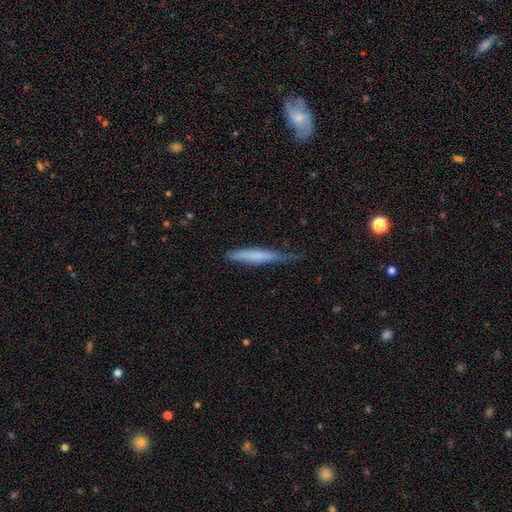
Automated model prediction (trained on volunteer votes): Q: Smooth or featured?
A: smooth (62%); runner-up: featured or disk (32%)
Q: How rounded?
A: cigar-shaped (94%); runner-up: in between (5%)
Q: Merging?
A: none (52%); runner-up: minor disturbance (37%)